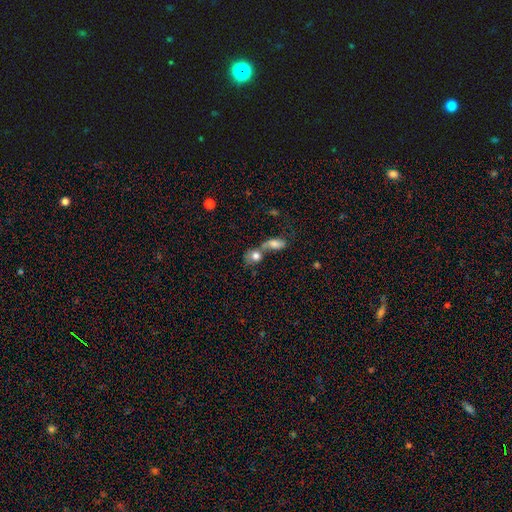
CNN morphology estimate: This is likely a smooth galaxy (75%). How rounded: possibly round (55%). Merging: likely merger (62%).